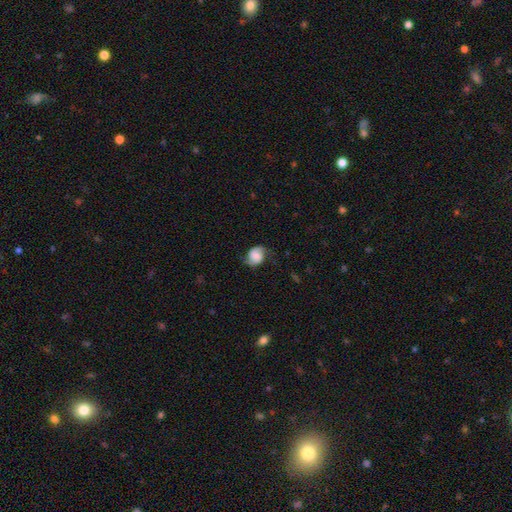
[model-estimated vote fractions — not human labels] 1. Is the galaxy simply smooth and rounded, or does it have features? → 54% featured or disk, 37% smooth, 9% star or artifact.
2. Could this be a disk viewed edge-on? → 97% no, 3% yes.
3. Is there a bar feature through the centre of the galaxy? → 55% no, 34% weak, 11% strong.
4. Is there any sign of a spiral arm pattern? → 91% yes, 9% no.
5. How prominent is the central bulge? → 29% none, 23% large, 19% moderate, 18% small, 11% dominant.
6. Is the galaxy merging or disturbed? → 66% none, 23% minor disturbance, 10% major disturbance, 1% merger.